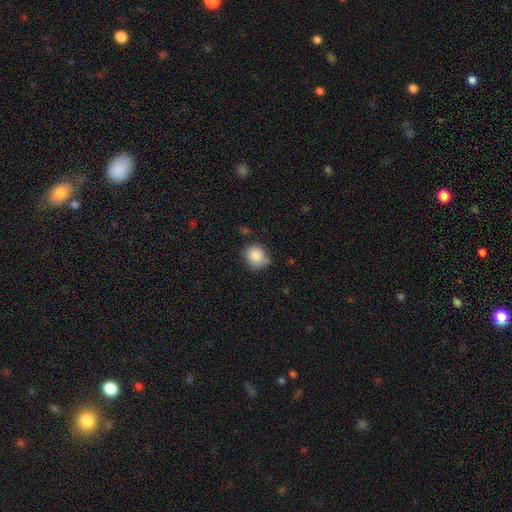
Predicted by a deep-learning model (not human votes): Smooth or featured?
  - smooth: 87% *
  - star or artifact: 9%
  - featured or disk: 5%
How rounded?
  - round: 79% *
  - in between: 20%
  - cigar-shaped: 1%
Merging?
  - none: 70% *
  - minor disturbance: 22%
  - major disturbance: 4%
  - merger: 3%